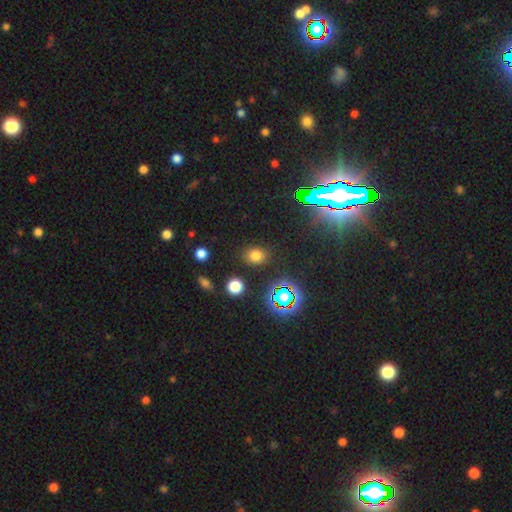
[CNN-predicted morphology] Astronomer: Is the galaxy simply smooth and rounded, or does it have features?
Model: smooth — 71%.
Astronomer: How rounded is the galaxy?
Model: round — 52% (runner-up: in between, 47%).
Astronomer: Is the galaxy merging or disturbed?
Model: none — 84%.